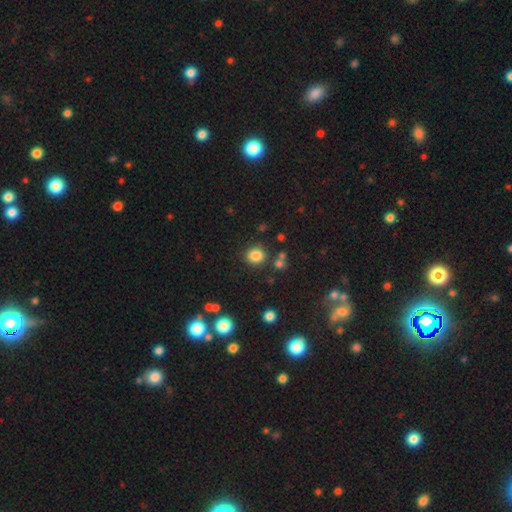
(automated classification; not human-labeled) This is clearly a smooth galaxy (83%). How rounded: clearly round (80%). Merging: clearly none (83%).